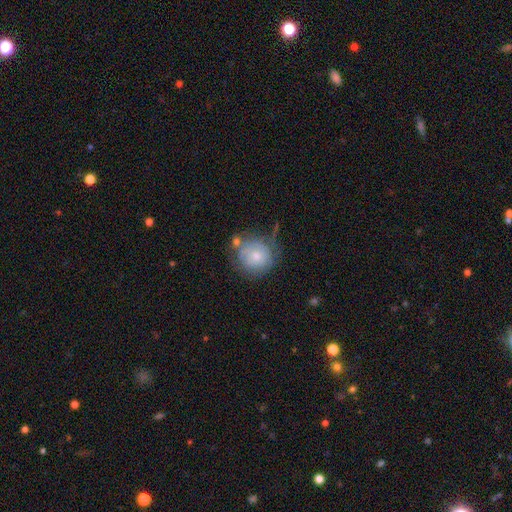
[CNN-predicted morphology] Smooth or featured? Predicted: smooth (p=0.62). How rounded? Predicted: round (p=0.89). Merging? Predicted: none (p=0.53).